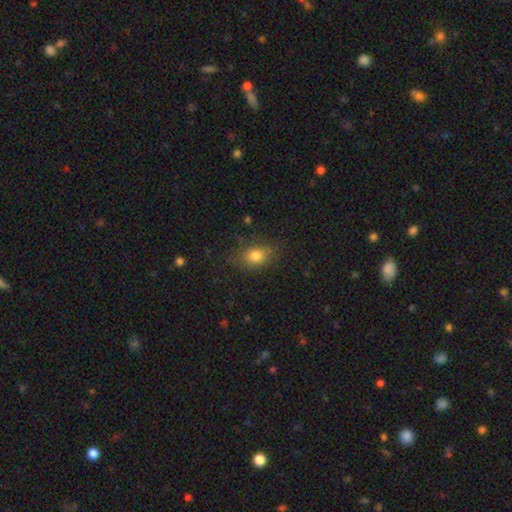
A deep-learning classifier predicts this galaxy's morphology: Smooth or featured?
  - smooth: 79% *
  - star or artifact: 11%
  - featured or disk: 10%
How rounded?
  - in between: 67% *
  - round: 31%
  - cigar-shaped: 2%
Merging?
  - none: 76% *
  - minor disturbance: 17%
  - major disturbance: 6%
  - merger: 2%